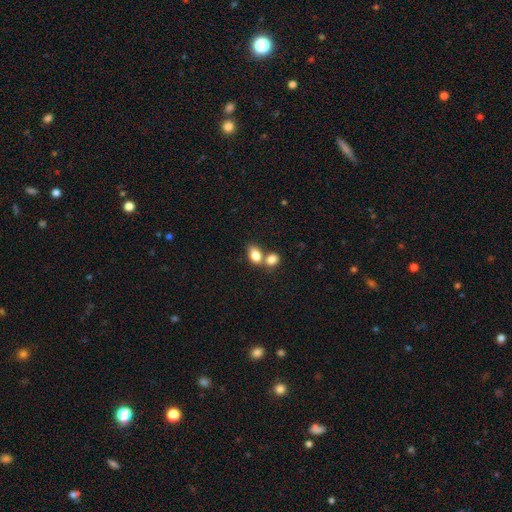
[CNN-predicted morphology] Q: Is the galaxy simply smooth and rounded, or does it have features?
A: smooth — 83%.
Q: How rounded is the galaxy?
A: in between — 81%.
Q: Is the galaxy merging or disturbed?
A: merger — 54%.